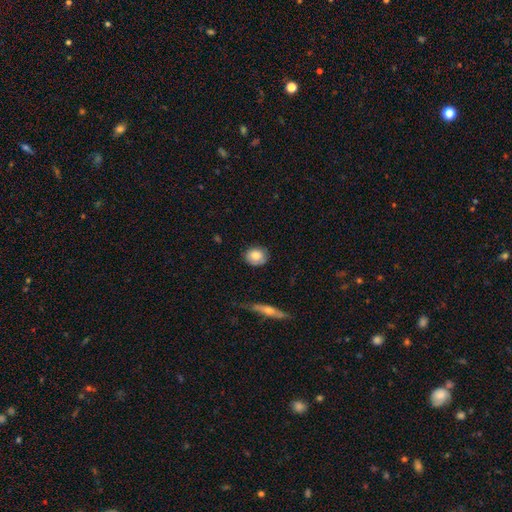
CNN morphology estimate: Smooth or featured: smooth — 82% (featured or disk — 10%)
How rounded: round — 68% (in between — 31%)
Merging: none — 78% (minor disturbance — 17%)